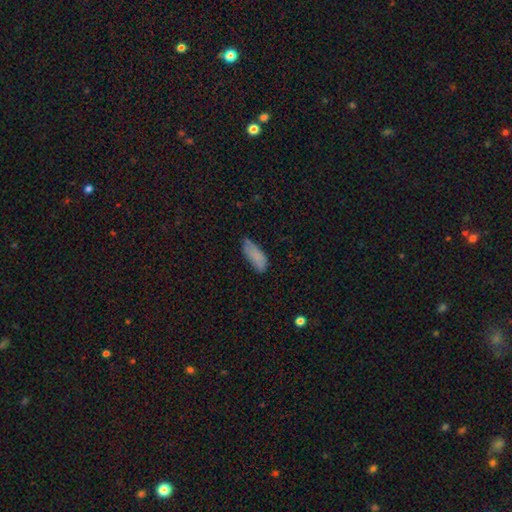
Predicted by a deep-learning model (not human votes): smooth-or-featured: smooth: 81% | featured or disk: 10% | star or artifact: 8%
  how-rounded: in between: 71% | cigar-shaped: 27% | round: 2%
  merging: none: 53% | minor disturbance: 34% | major disturbance: 9% | merger: 3%